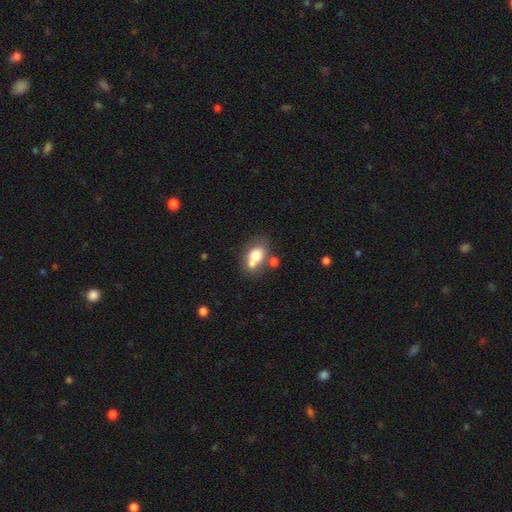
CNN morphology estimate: smooth 71%, featured or disk 19%, star or artifact 10%. Down the decision tree: how rounded — in between (65%); merging — merger (41%).